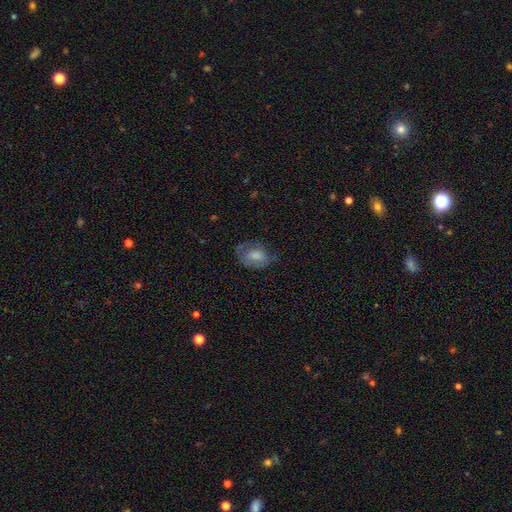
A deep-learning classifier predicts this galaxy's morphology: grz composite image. It shows a smooth galaxy with no disk features (59%) that is in between round and cigar-shaped (78%). Merging: none (53%).